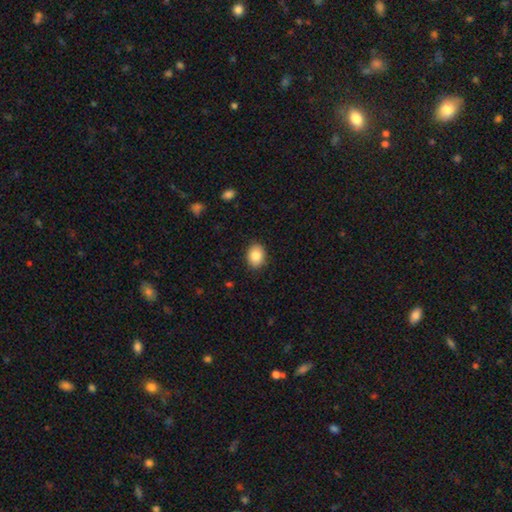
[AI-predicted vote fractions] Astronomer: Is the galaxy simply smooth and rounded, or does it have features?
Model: smooth — 86%.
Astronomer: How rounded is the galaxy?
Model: in between — 56% (runner-up: round, 43%).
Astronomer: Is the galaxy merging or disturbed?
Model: none — 88%.